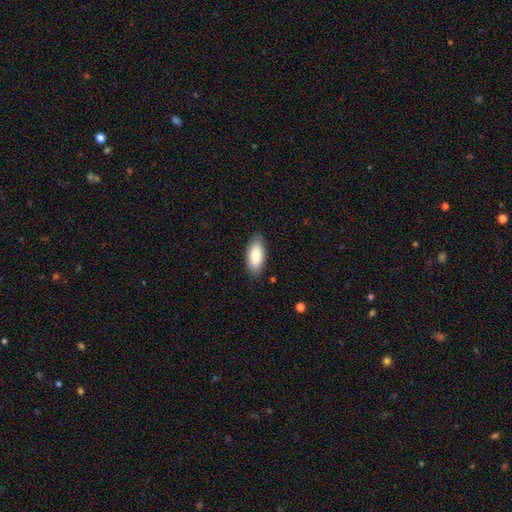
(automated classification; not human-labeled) Morphology: type=smooth (86%); roundness=in between (88%); merging=none (86%).